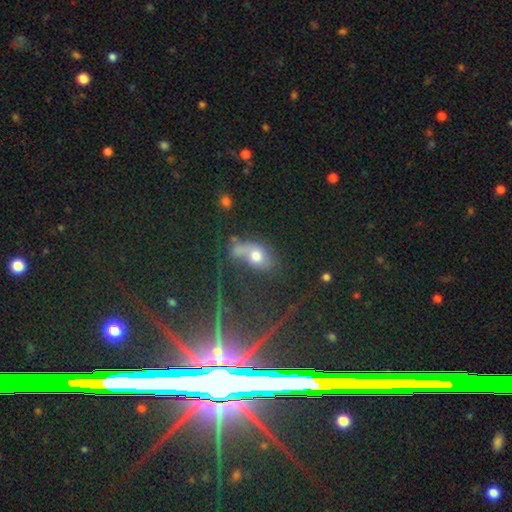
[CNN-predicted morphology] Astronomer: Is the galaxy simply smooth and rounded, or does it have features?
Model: smooth — 60%.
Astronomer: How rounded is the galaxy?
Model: in between — 65%.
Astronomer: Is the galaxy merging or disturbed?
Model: none — 38% (runner-up: major disturbance, 24%).